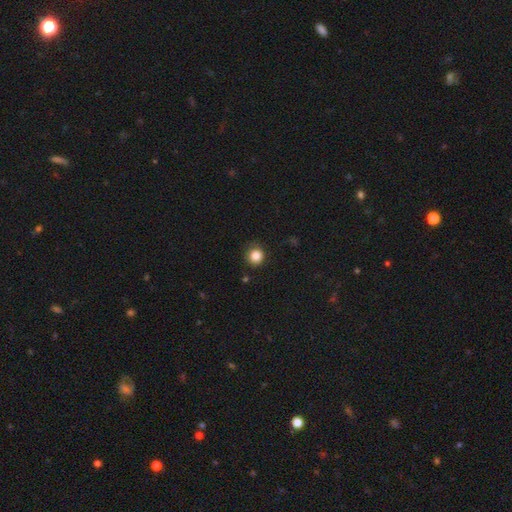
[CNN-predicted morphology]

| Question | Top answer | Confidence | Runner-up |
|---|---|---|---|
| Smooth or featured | smooth | 85% | star or artifact (11%) |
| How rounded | round | 91% | in between (8%) |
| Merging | none | 83% | minor disturbance (12%) |